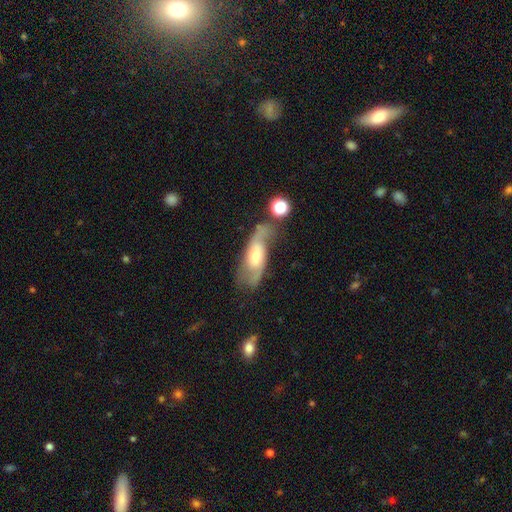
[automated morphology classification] Smooth or featured: featured or disk — 66% (smooth — 26%)
Edge-on disk: no — 84% (yes — 16%)
Bar: no — 52% (weak — 37%)
Spiral arms: yes — 85% (no — 15%)
Bulge size: moderate — 59% (small — 29%)
Merging: none — 47% (minor disturbance — 25%)